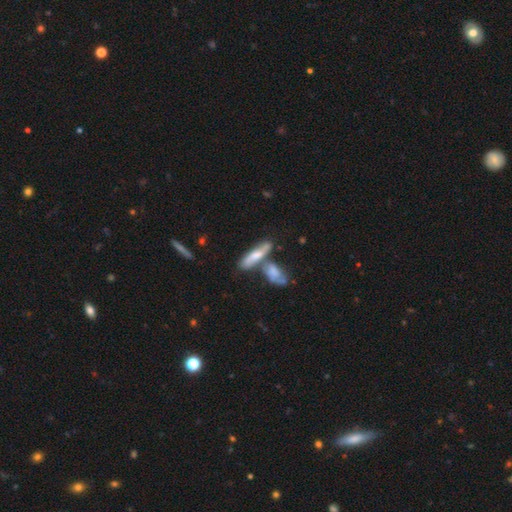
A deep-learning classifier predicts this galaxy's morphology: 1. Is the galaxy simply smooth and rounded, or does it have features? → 51% smooth, 41% featured or disk, 8% star or artifact.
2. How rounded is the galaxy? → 56% cigar-shaped, 41% in between, 3% round.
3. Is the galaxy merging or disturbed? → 41% merger, 40% none, 13% minor disturbance, 6% major disturbance.